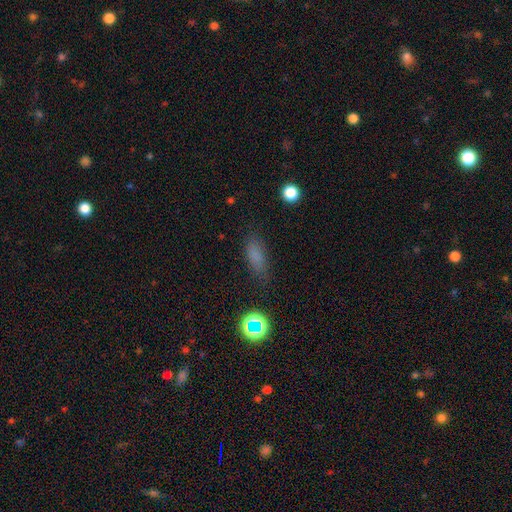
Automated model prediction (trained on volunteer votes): smooth_or_featured: smooth (p=0.76) [alt: star or artifact p=0.15]
how_rounded: in between (p=0.65) [alt: cigar-shaped p=0.29]
merging: none (p=0.74) [alt: minor disturbance p=0.18]